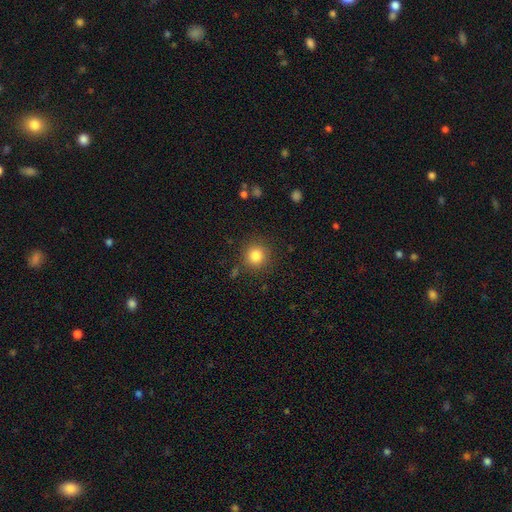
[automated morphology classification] A smooth galaxy with no disk features (82%) that is round (93%). Merging: none (87%).